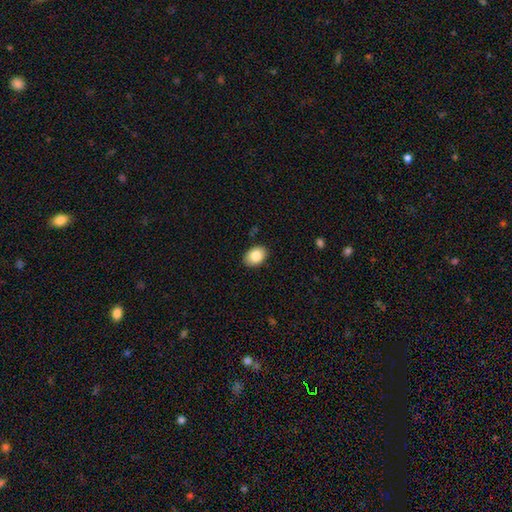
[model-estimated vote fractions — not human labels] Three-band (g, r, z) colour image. It shows a smooth galaxy with no disk features (86%) that is in between round and cigar-shaped (80%). Merging: none (88%).